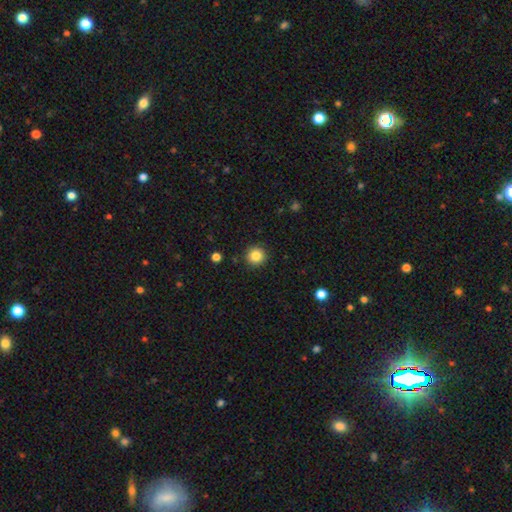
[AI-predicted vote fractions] Smooth or featured? smooth (85%)
How rounded? round (95%)
Merging? none (91%)